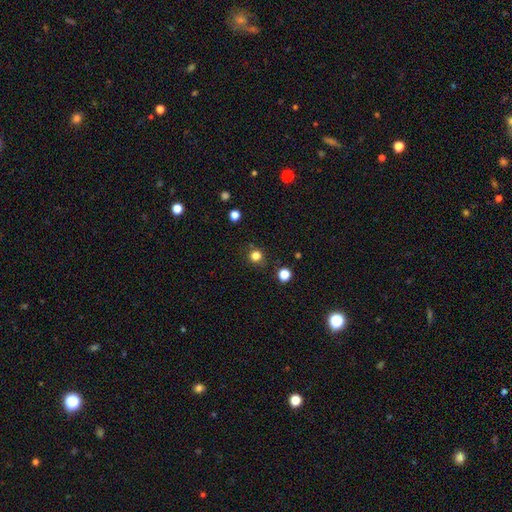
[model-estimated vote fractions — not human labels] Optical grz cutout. It shows a smooth galaxy with no disk features (81%) that is round (93%). Merging: none (85%).